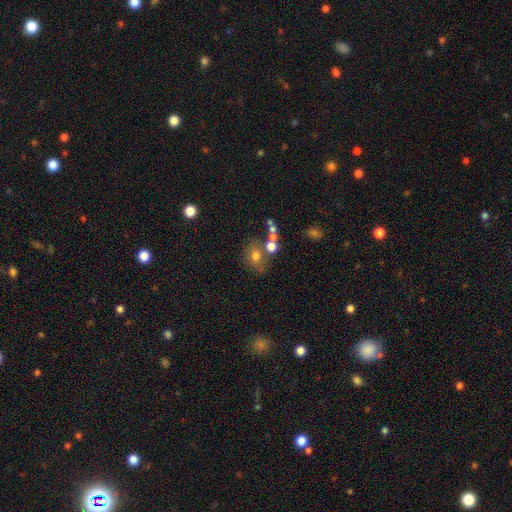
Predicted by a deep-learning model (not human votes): smooth-or-featured: smooth: 68% | featured or disk: 17% | star or artifact: 15%
  how-rounded: round: 62% | in between: 36% | cigar-shaped: 1%
  merging: none: 51% | merger: 29% | minor disturbance: 13% | major disturbance: 7%